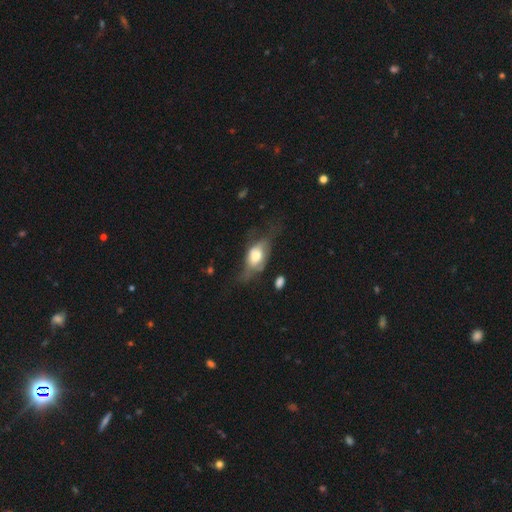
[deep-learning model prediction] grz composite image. It shows a smooth galaxy with no disk features (53%) that is in between round and cigar-shaped (82%). Merging: major disturbance (38%).